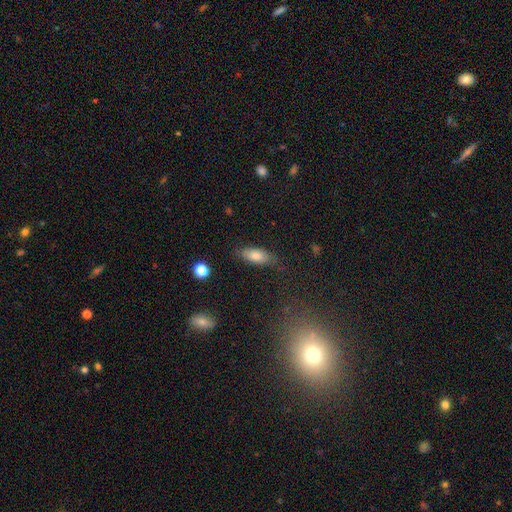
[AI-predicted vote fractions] The model was most divided on "merging": none: 78%, minor disturbance: 16%, major disturbance: 4%, merger: 2%. More confident: how rounded — in between (82%); smooth or featured — smooth (79%).